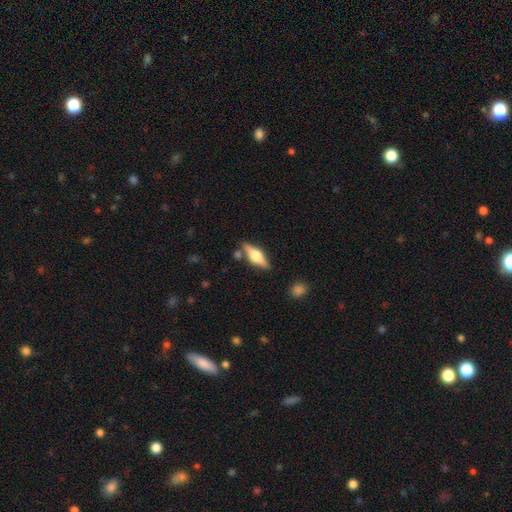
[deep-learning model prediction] Overall: featured or disk (64%; smooth 30%). Edge-on disk: yes (95%). Edge-on bulge: rounded (93%). Merging: none (81%).